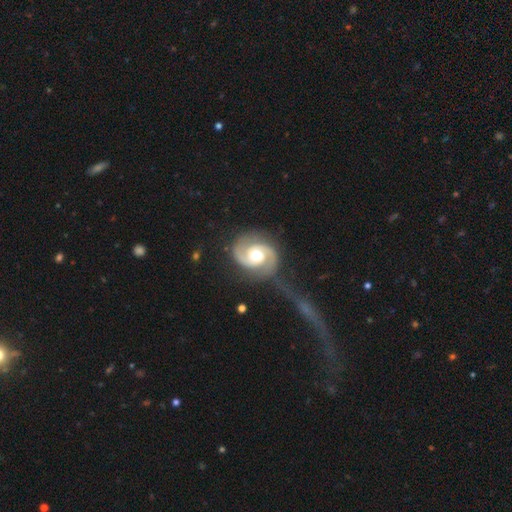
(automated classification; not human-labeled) This appears to be a featured or disk galaxy (91%) with no bar (60%), 2 (93%) medium (48%) spiral arms (98%) and a moderate central bulge (73%). Merging: none (65%).